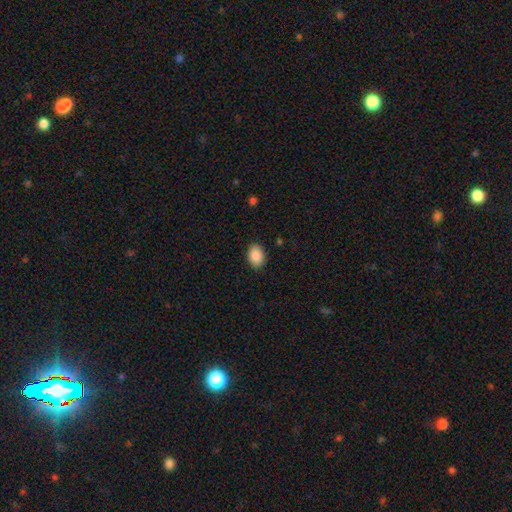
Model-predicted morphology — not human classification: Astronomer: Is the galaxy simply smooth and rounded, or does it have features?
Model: smooth — 90%.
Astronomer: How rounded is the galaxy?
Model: in between — 81%.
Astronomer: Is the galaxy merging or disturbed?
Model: none — 88%.